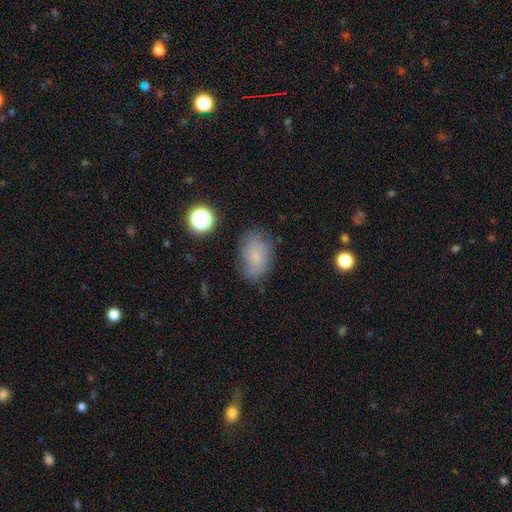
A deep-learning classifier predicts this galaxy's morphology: type=smooth (67%); roundness=in between (81%); merging=none (68%).